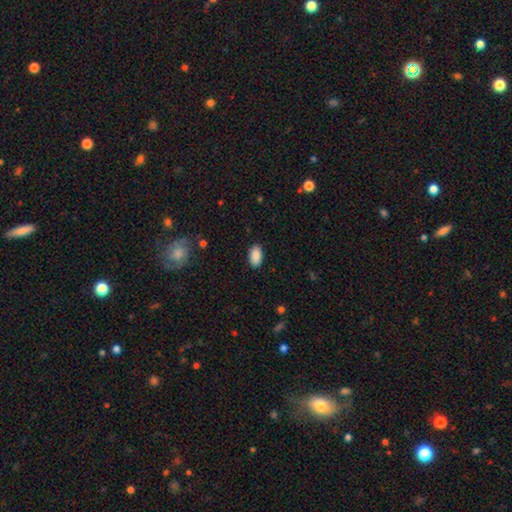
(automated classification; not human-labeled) Smooth or featured? Predicted: smooth (p=0.89). How rounded? Predicted: in between (p=0.94). Merging? Predicted: none (p=0.88).